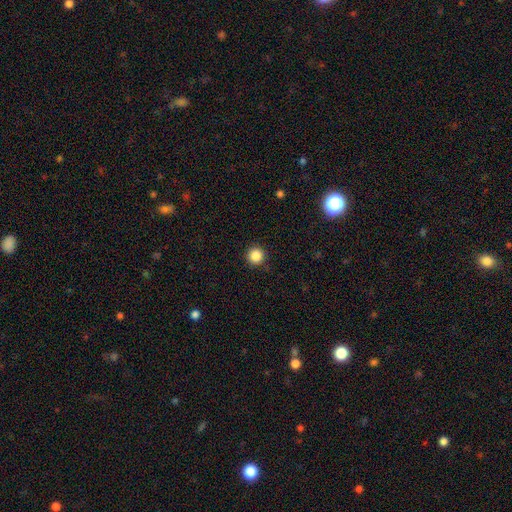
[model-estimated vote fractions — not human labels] A smooth galaxy with no disk features (86%) that is round (96%). Merging: none (92%).